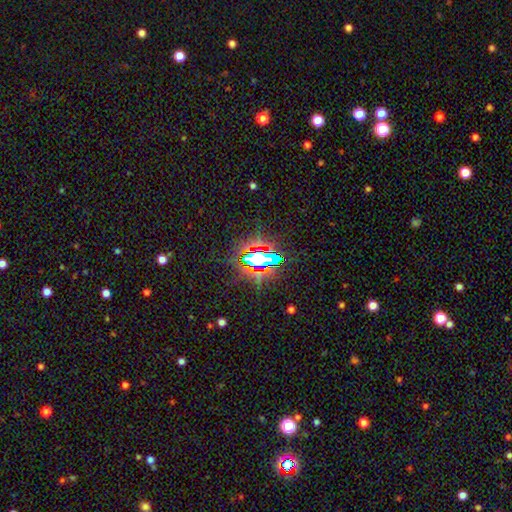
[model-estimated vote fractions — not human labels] Smooth or featured: star or artifact — 74% (smooth — 14%)